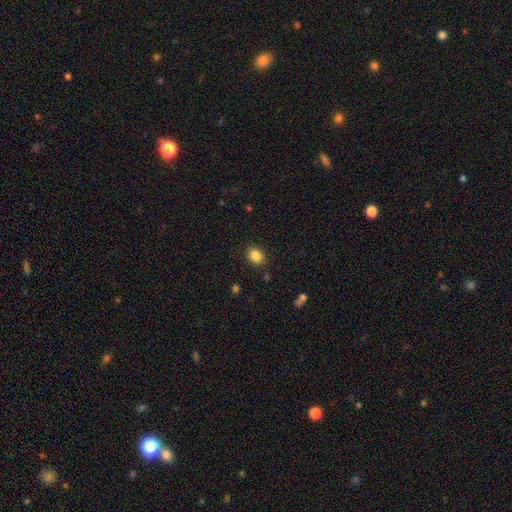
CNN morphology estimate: smooth-or-featured: smooth: 86% | star or artifact: 10% | featured or disk: 5%
  how-rounded: in between: 62% | round: 37% | cigar-shaped: 1%
  merging: none: 88% | minor disturbance: 8% | major disturbance: 2% | merger: 1%